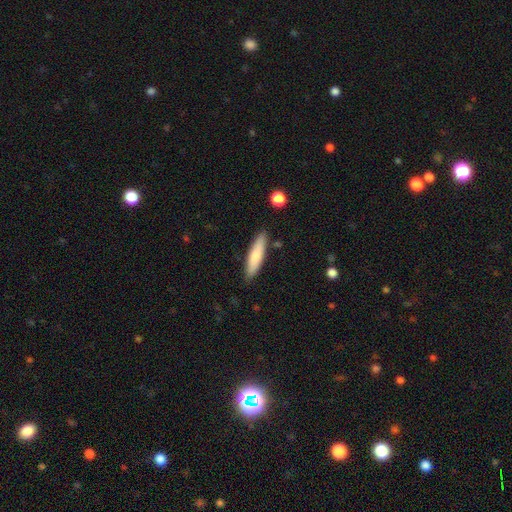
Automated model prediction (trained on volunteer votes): Overall: smooth (73%). How rounded: cigar-shaped (77%). Merging: none (85%).